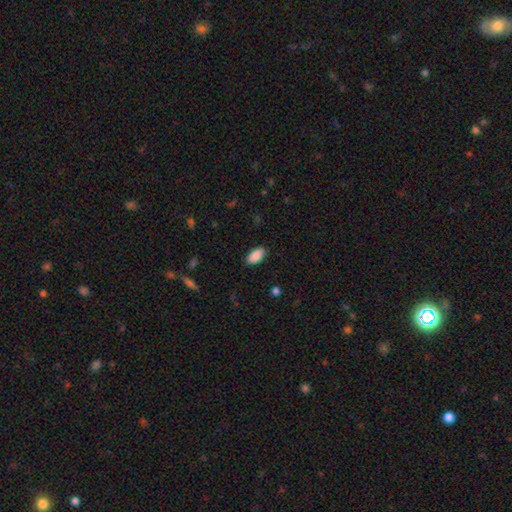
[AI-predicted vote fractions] smooth_or_featured: smooth (p=0.89) [alt: star or artifact p=0.07]
how_rounded: in between (p=0.94) [alt: cigar-shaped p=0.04]
merging: none (p=0.87) [alt: minor disturbance p=0.10]